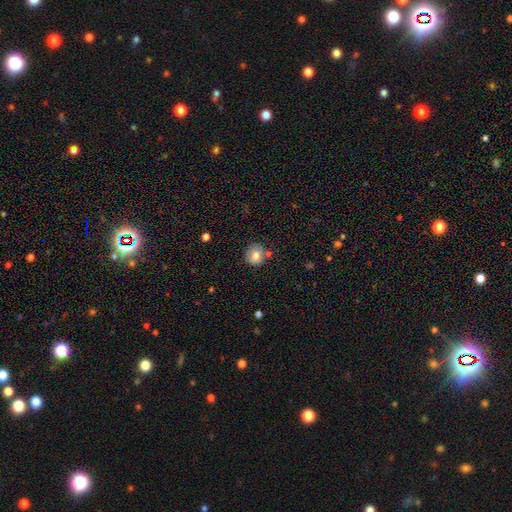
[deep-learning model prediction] Smooth or featured? Predicted: smooth (p=0.77). How rounded? Predicted: round (p=0.85). Merging? Predicted: none (p=0.71).